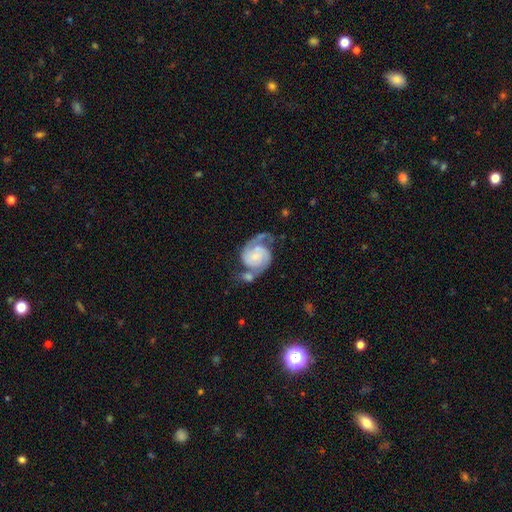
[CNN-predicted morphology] Smooth or featured: featured or disk — 82% (smooth — 13%)
Edge-on disk: no — 98% (yes — 2%)
Bar: no — 66% (weak — 27%)
Spiral arms: yes — 96% (no — 4%)
Spiral winding: medium — 47% (tight — 28%)
Spiral arm count: 2 — 87% (1 — 5%)
Bulge size: small — 48% (none — 25%)
Merging: none — 40% (merger — 26%)